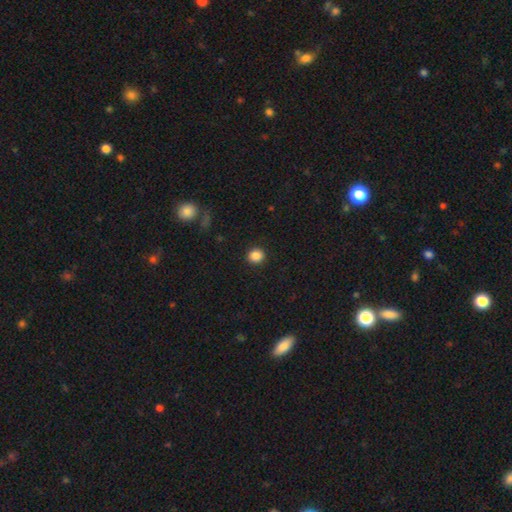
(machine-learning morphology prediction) Smooth or featured? Predicted: smooth (p=0.86). How rounded? Predicted: round (p=0.87). Merging? Predicted: none (p=0.92).